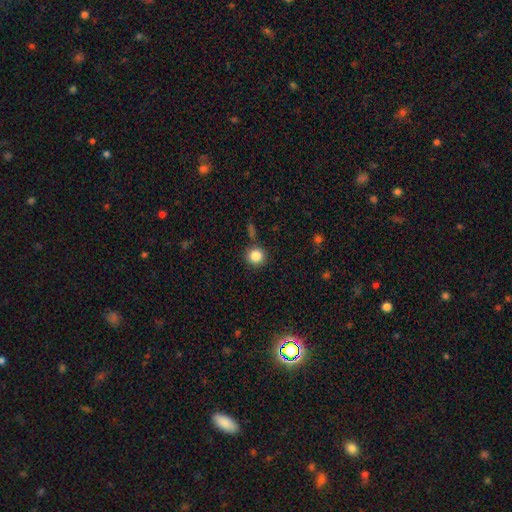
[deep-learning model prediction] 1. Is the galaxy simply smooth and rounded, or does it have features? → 86% smooth, 10% star or artifact, 4% featured or disk.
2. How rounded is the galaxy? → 92% round, 7% in between, 1% cigar-shaped.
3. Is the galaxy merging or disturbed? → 85% none, 8% minor disturbance, 4% merger, 3% major disturbance.